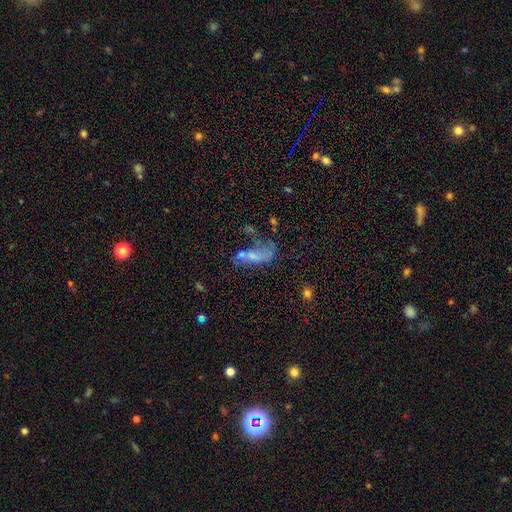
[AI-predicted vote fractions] A smooth galaxy with no disk features (53%) that is in between round and cigar-shaped (71%).

Vote fractions:
- Smooth or featured? smooth: 53% / featured or disk: 34% / star or artifact: 13%
- How rounded? in between: 71% / cigar-shaped: 24% / round: 5%
- Merging? merger: 33% / major disturbance: 30% / none: 21% / minor disturbance: 16%